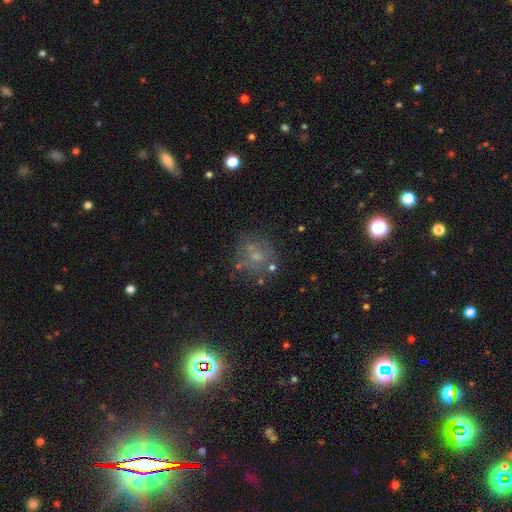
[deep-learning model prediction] smooth_or_featured: smooth (p=0.51) [alt: featured or disk p=0.26]
how_rounded: round (p=0.83) [alt: in between p=0.16]
merging: none (p=0.64) [alt: minor disturbance p=0.15]